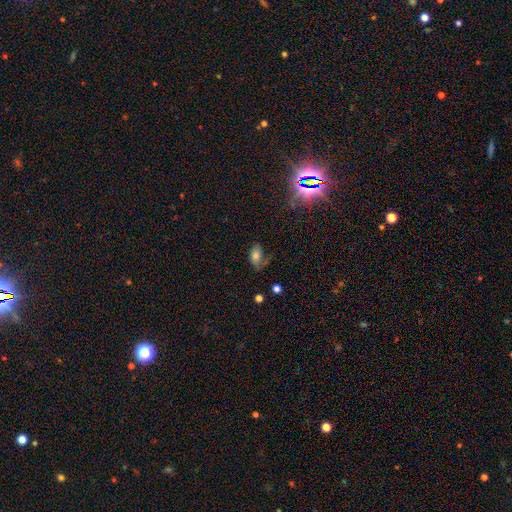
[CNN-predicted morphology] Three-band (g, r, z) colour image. It shows a smooth galaxy with no disk features (69%) that is in between round and cigar-shaped (88%). Merging: none (49%).